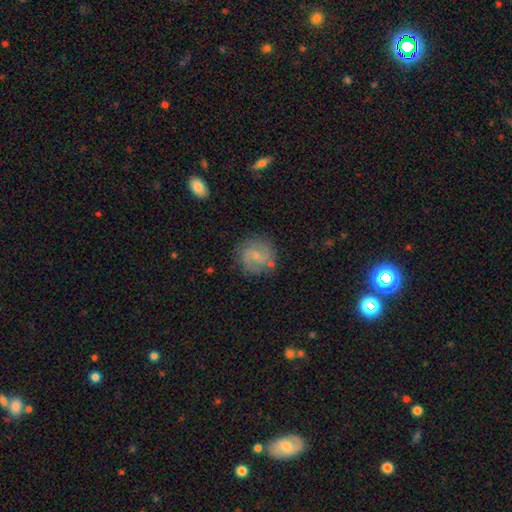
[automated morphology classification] Smooth or featured: featured or disk — 59% (smooth — 33%)
Edge-on disk: no — 98% (yes — 2%)
Bar: no — 50% (weak — 43%)
Spiral arms: yes — 88% (no — 12%)
Spiral winding: medium — 48% (tight — 28%)
Spiral arm count: 2 — 75% (can't tell — 13%)
Bulge size: small — 68% (moderate — 18%)
Merging: none — 75% (minor disturbance — 16%)